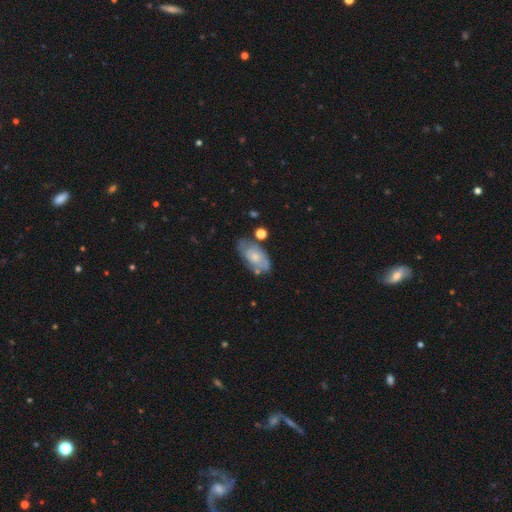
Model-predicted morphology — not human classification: Overall: featured or disk (49%; smooth 42%). Merging: none (60%; minor disturbance 23%).